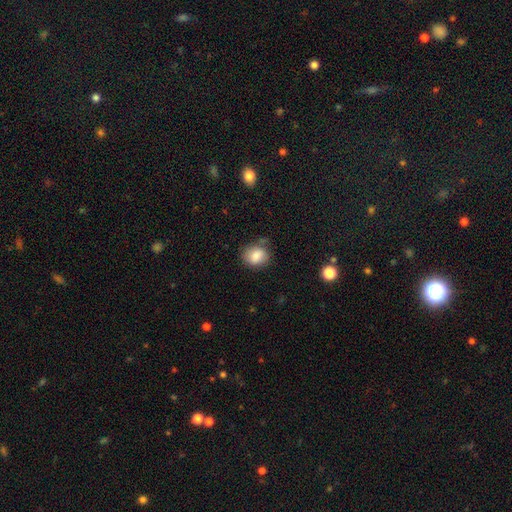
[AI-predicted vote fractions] smooth_or_featured: smooth (p=0.83) [alt: featured or disk p=0.09]
how_rounded: round (p=0.66) [alt: in between p=0.33]
merging: none (p=0.68) [alt: minor disturbance p=0.22]